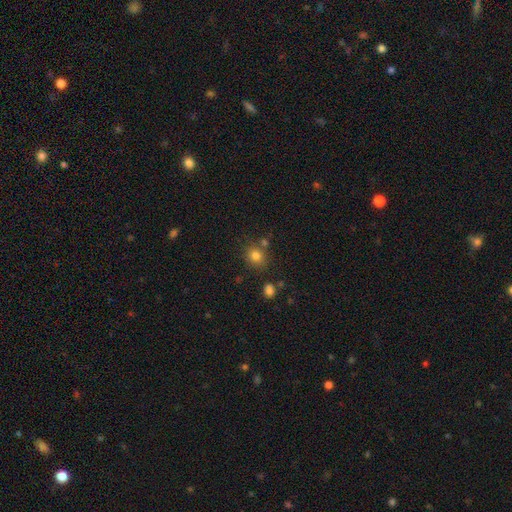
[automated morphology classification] This is likely a smooth galaxy (80%). How rounded: likely round (74%). Merging: likely none (73%).